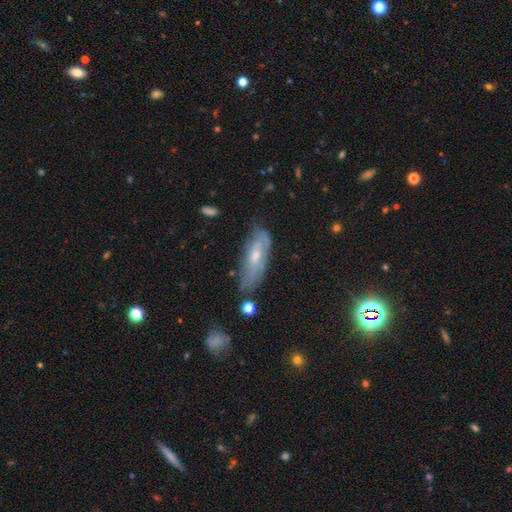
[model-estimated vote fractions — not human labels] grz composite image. It shows a featured or disk galaxy (47%). Merging: none (54%).